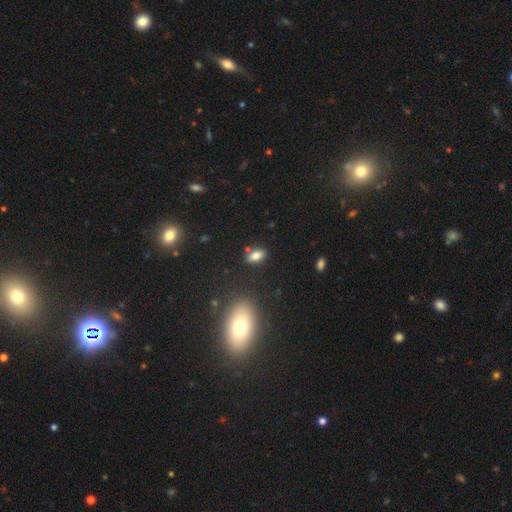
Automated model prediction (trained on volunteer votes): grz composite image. It shows a smooth galaxy with no disk features (80%) that is in between round and cigar-shaped (88%). Merging: none (79%).